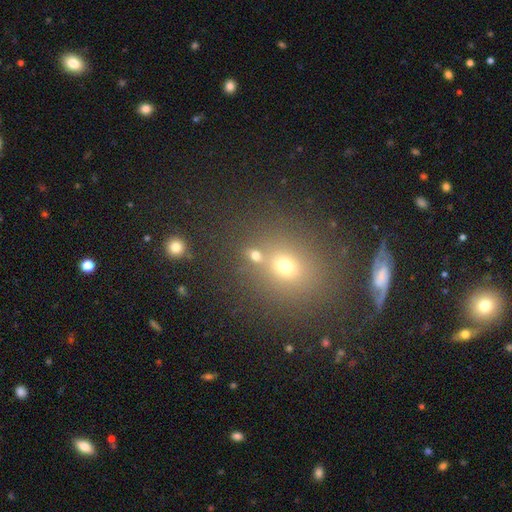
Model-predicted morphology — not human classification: Smooth or featured?
  - smooth: 67% *
  - star or artifact: 23%
  - featured or disk: 9%
How rounded?
  - round: 57% *
  - in between: 40%
  - cigar-shaped: 3%
Merging?
  - none: 64% *
  - merger: 22%
  - minor disturbance: 9%
  - major disturbance: 5%